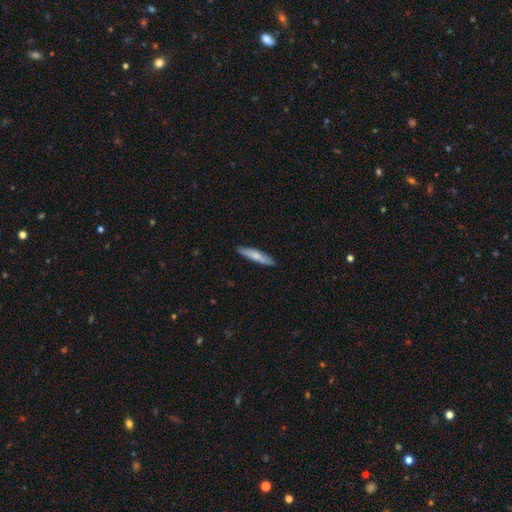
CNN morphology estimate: Smooth or featured: smooth — 67% (featured or disk — 28%)
How rounded: cigar-shaped — 85% (in between — 13%)
Merging: none — 88% (minor disturbance — 9%)